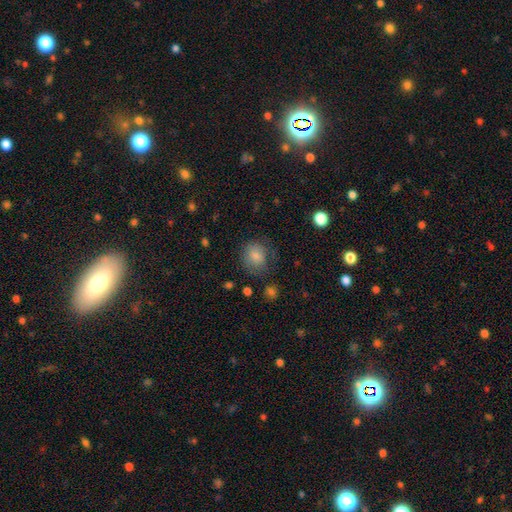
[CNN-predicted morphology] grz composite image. It shows a smooth galaxy with no disk features (80%) that is round (70%). Merging: none (68%).